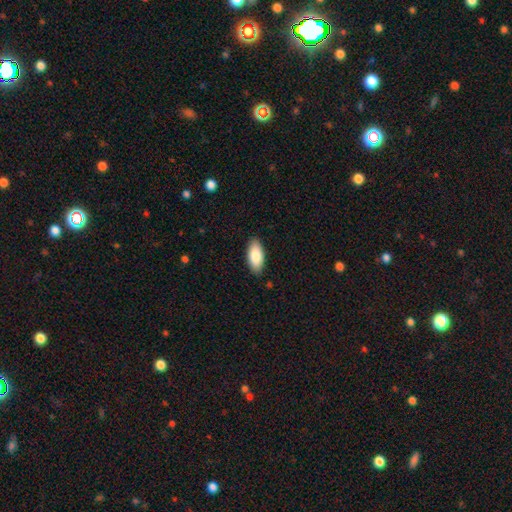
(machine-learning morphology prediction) Overall: smooth (86%). How rounded: in between (90%). Merging: none (88%).